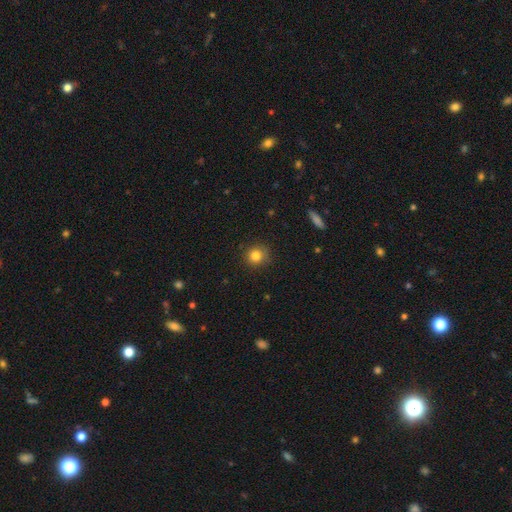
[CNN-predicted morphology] The model was most divided on "smooth or featured": smooth: 82%, star or artifact: 12%, featured or disk: 6%. More confident: how rounded — round (92%); merging — none (87%).